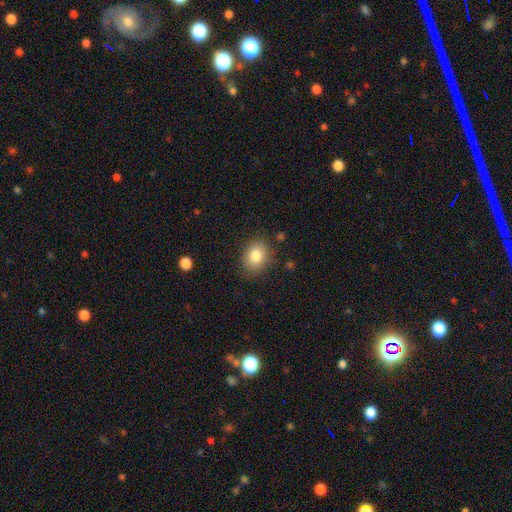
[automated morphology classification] Overall: smooth (82%). How rounded: in between (54%; round 45%). Merging: none (82%).